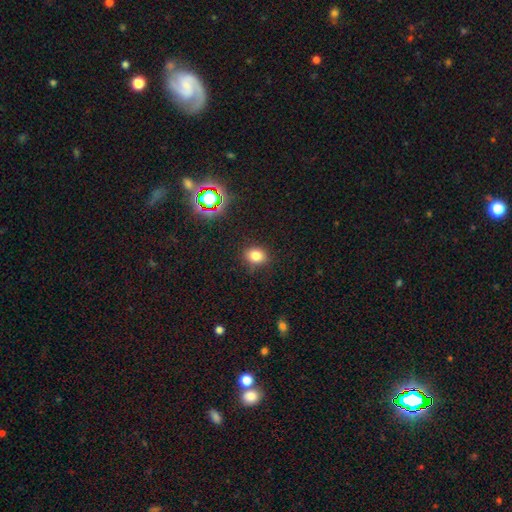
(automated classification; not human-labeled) Q: Smooth or featured?
A: smooth (80%); runner-up: star or artifact (14%)
Q: How rounded?
A: round (52%); runner-up: in between (47%)
Q: Merging?
A: none (83%); runner-up: minor disturbance (12%)